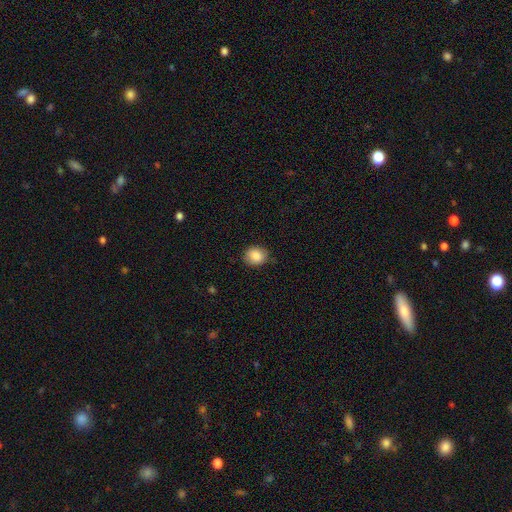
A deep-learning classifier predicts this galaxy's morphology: A smooth galaxy with no disk features (87%) that is round (76%).

Vote fractions:
- Smooth or featured? smooth: 87% / star or artifact: 8% / featured or disk: 5%
- How rounded? round: 76% / in between: 23% / cigar-shaped: 1%
- Merging? none: 82% / minor disturbance: 14% / major disturbance: 3% / merger: 1%